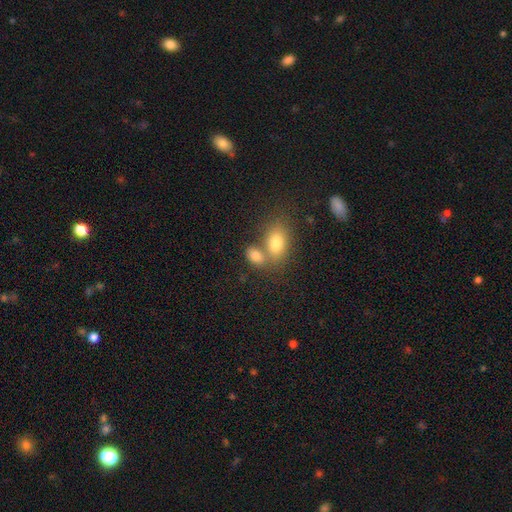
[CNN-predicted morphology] This appears to be a smooth galaxy with no disk features (80%) that is in between round and cigar-shaped (83%). Merging: merger (44%).